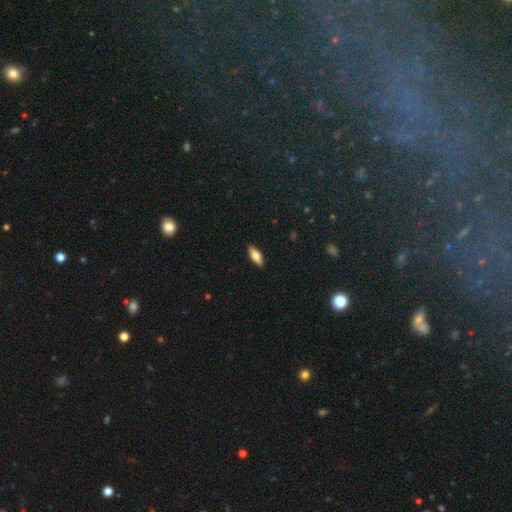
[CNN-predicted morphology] smooth 68%, featured or disk 25%, star or artifact 6%. Down the decision tree: how rounded — in between (65%); merging — none (89%).